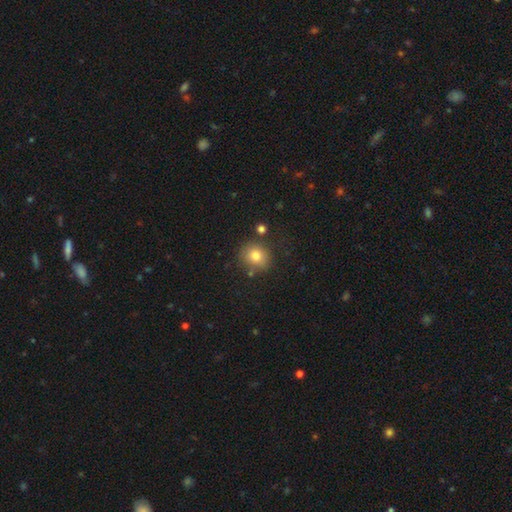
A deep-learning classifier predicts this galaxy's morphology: Smooth or featured: smooth — 78% (star or artifact — 12%)
How rounded: round — 85% (in between — 14%)
Merging: none — 80% (minor disturbance — 11%)